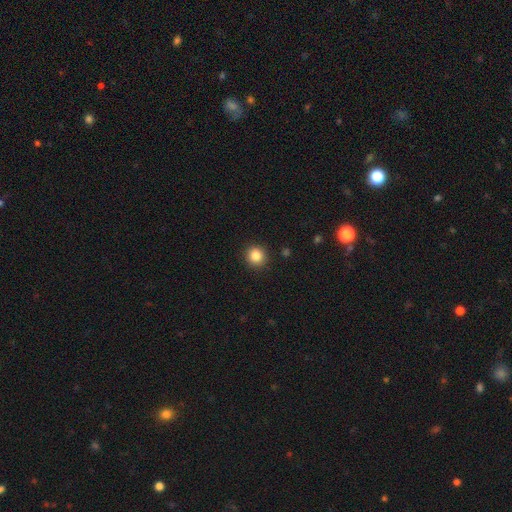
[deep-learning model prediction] Smooth or featured: smooth — 86% (star or artifact — 10%)
How rounded: round — 92% (in between — 7%)
Merging: none — 92% (minor disturbance — 5%)